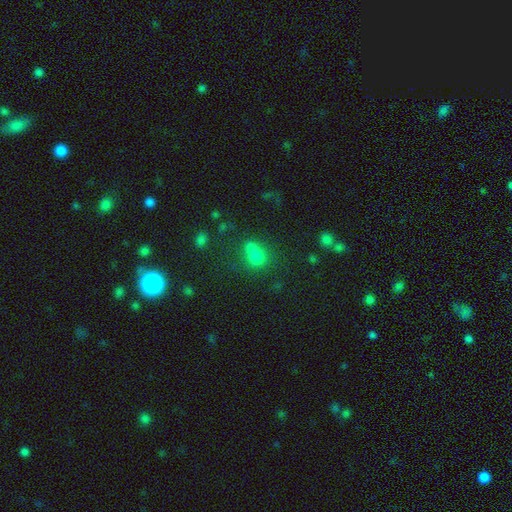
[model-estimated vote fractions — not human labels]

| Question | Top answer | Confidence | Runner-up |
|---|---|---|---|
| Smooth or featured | smooth | 71% | star or artifact (17%) |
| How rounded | round | 72% | in between (26%) |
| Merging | merger | 48% | none (37%) |